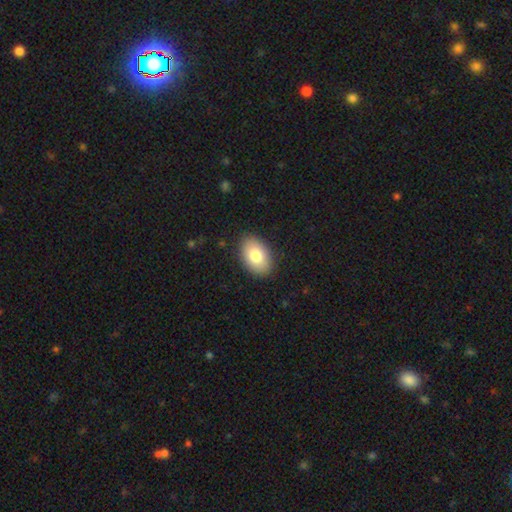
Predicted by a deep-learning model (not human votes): Morphology: type=smooth (81%); roundness=in between (89%); merging=none (88%).